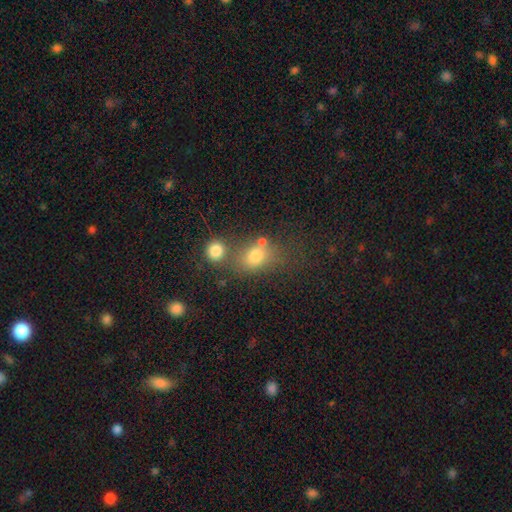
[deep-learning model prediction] The model was most divided on "how rounded": in between: 55%, round: 43%, cigar-shaped: 2%. Remaining: smooth or featured — smooth (73%); merging — none (50%).